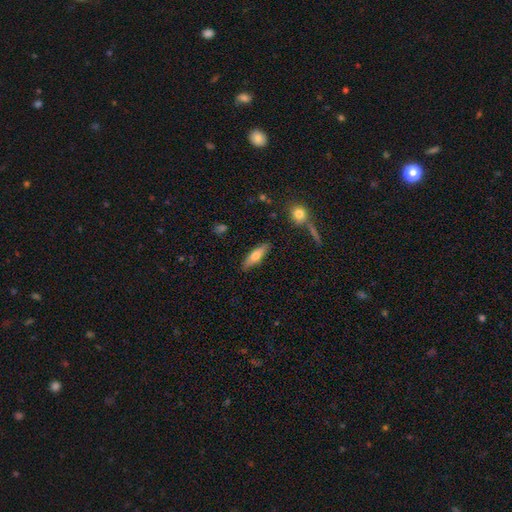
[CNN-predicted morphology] Smooth or featured? Predicted: smooth (p=0.64). How rounded? Predicted: cigar-shaped (p=0.59). Merging? Predicted: none (p=0.85).